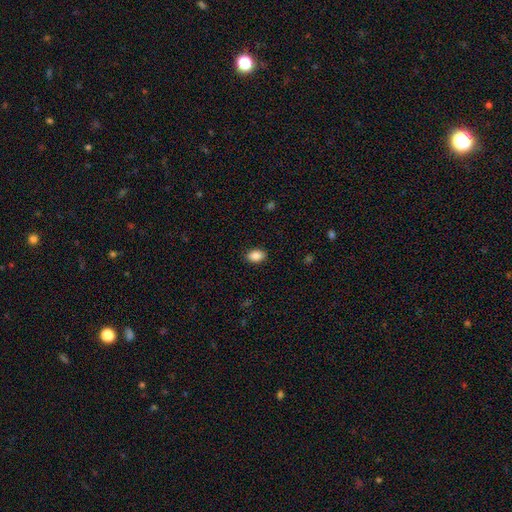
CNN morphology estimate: A smooth galaxy with no disk features (88%) that is in between round and cigar-shaped (85%). Merging: none (89%).